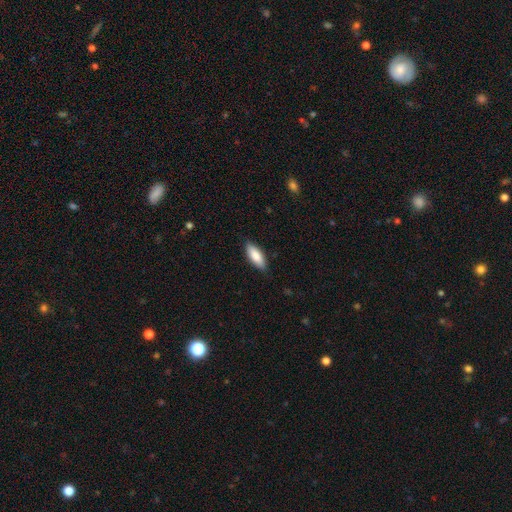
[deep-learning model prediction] Overall: smooth (85%). How rounded: in between (71%). Merging: none (87%).